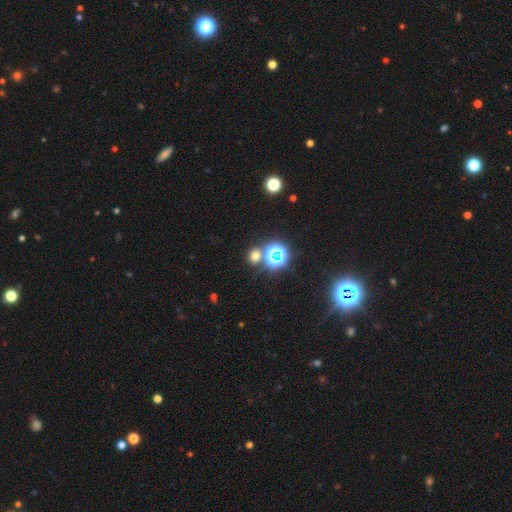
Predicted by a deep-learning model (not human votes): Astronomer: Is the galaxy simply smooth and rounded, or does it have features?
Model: smooth — 55% (runner-up: star or artifact, 38%).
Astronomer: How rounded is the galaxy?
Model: round — 77%.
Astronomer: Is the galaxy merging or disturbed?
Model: none — 76%.